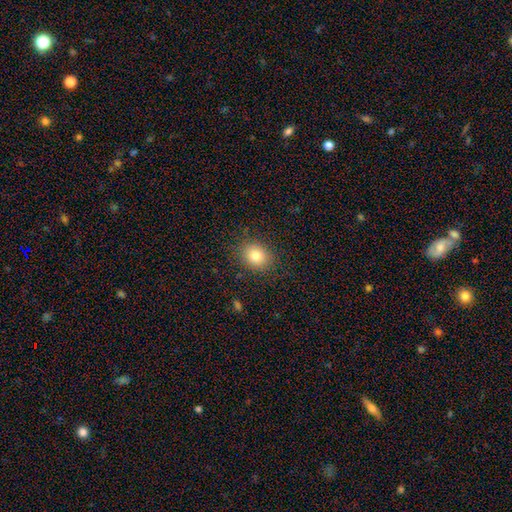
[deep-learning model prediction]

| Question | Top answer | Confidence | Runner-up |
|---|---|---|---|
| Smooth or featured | smooth | 82% | star or artifact (10%) |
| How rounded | round | 63% | in between (36%) |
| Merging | none | 86% | minor disturbance (9%) |